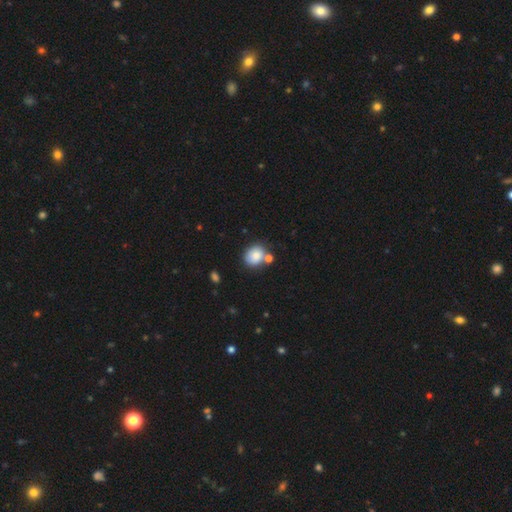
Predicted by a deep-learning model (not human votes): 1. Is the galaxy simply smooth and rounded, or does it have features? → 81% smooth, 10% featured or disk, 9% star or artifact.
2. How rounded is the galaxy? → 63% round, 36% in between, 1% cigar-shaped.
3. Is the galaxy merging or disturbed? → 64% none, 18% merger, 14% minor disturbance, 4% major disturbance.